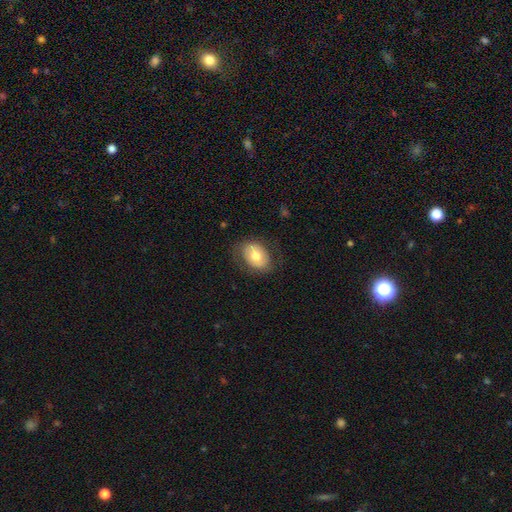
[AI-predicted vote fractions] Q: Smooth or featured?
A: smooth (62%); runner-up: featured or disk (31%)
Q: How rounded?
A: in between (75%); runner-up: round (24%)
Q: Merging?
A: none (74%); runner-up: minor disturbance (17%)